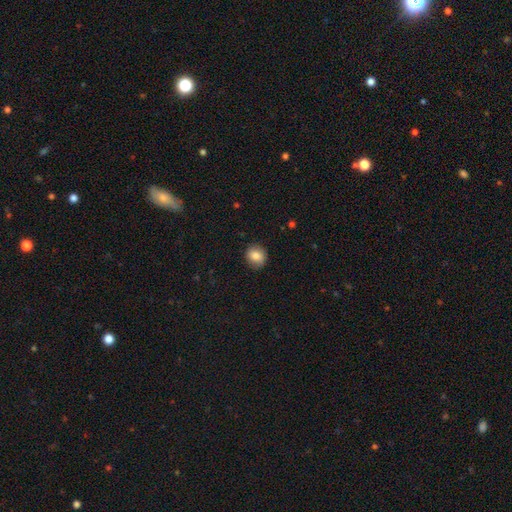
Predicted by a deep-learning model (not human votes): Smooth or featured? Predicted: smooth (p=0.82). How rounded? Predicted: round (p=0.77). Merging? Predicted: none (p=0.83).